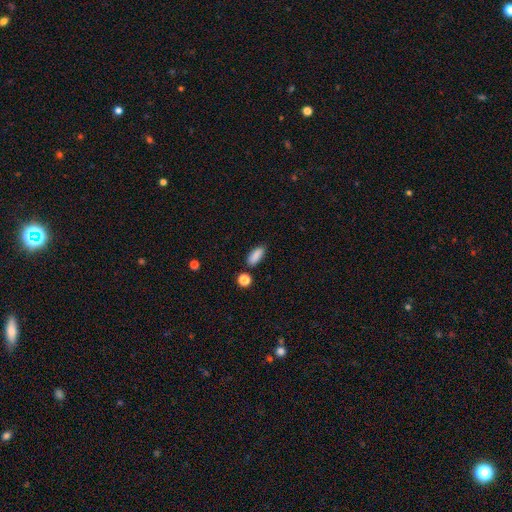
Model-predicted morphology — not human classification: smooth 87%, star or artifact 8%, featured or disk 5%. Down the decision tree: how rounded — in between (78%); merging — none (80%).